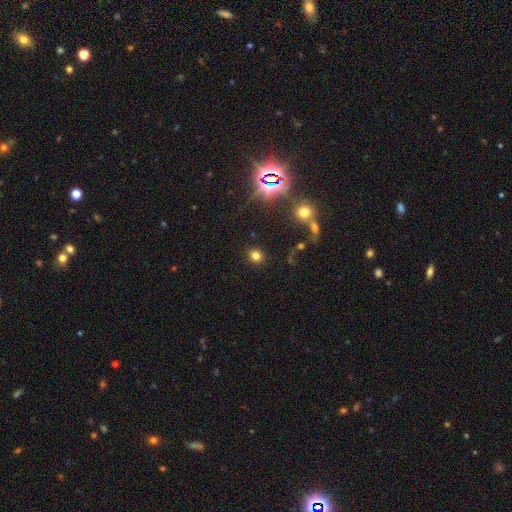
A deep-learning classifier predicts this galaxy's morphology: This appears to be a smooth galaxy with no disk features (75%) that is round (80%). Merging: none (88%).